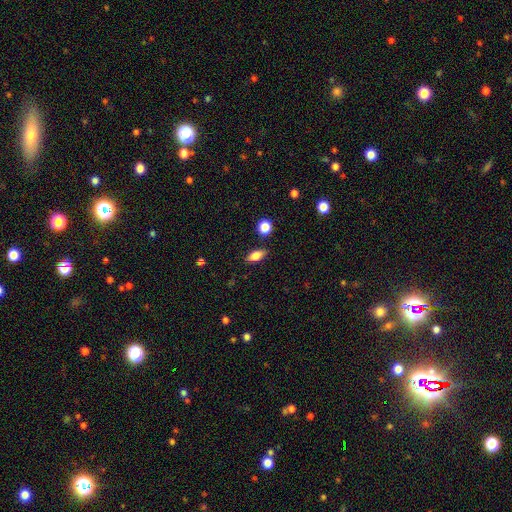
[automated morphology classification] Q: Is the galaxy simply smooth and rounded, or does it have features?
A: smooth — 77%.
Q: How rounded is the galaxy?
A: in between — 80%.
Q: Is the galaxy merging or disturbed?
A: none — 84%.